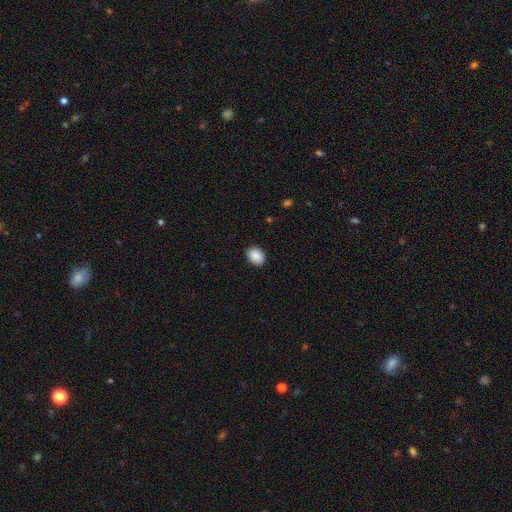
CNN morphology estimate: Smooth or featured?
  - smooth: 90% *
  - star or artifact: 8%
  - featured or disk: 3%
How rounded?
  - in between: 64% *
  - round: 35%
  - cigar-shaped: 1%
Merging?
  - none: 90% *
  - minor disturbance: 8%
  - major disturbance: 2%
  - merger: 1%